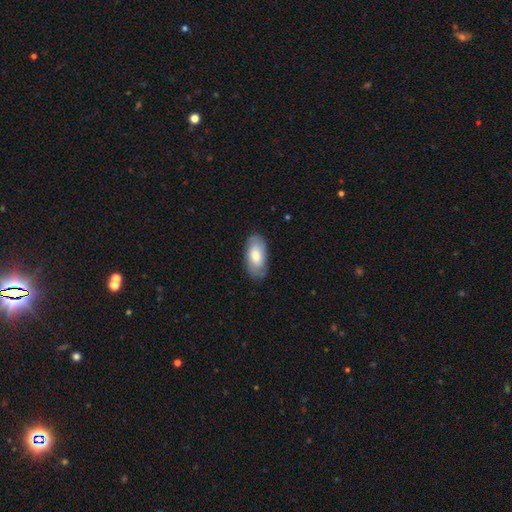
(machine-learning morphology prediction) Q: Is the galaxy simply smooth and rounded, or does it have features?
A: smooth — 70%.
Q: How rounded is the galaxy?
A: in between — 94%.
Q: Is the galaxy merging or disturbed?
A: none — 79%.